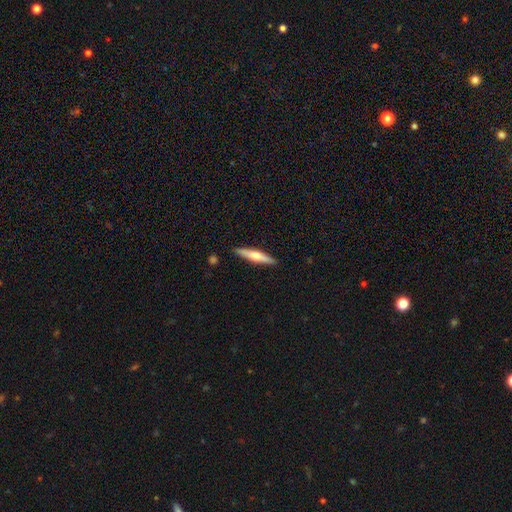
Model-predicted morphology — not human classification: Smooth or featured? featured or disk (52%)
Edge-on disk? yes (97%)
Edge-on bulge? rounded (83%)
Merging? none (90%)